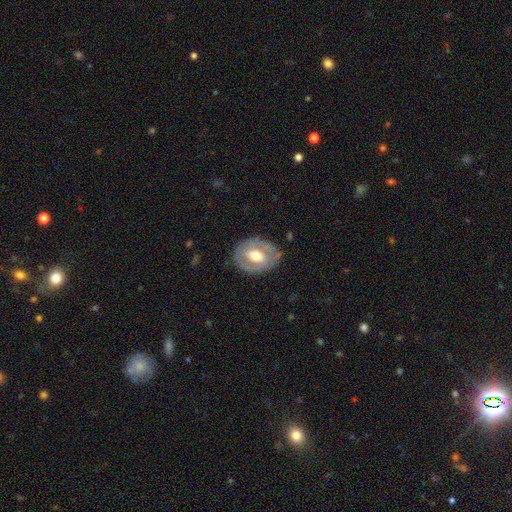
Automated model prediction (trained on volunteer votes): smooth-or-featured: featured or disk: 59% | smooth: 35% | star or artifact: 5%
  disk-edge-on: no: 94% | yes: 6%
    bar: no: 45% | weak: 36% | strong: 19%
    has-spiral-arms: no: 67% | yes: 33%
    bulge-size: moderate: 68% | large: 20% | small: 9% | dominant: 1% | none: 1%
  merging: none: 75% | minor disturbance: 17% | major disturbance: 6% | merger: 1%